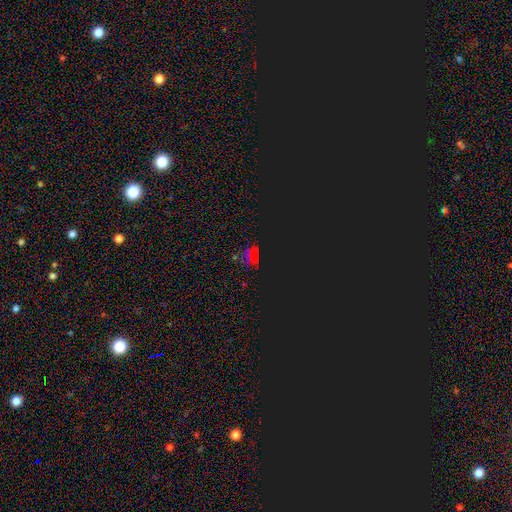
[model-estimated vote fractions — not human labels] smooth_or_featured: star or artifact (p=0.77) [alt: smooth p=0.16]